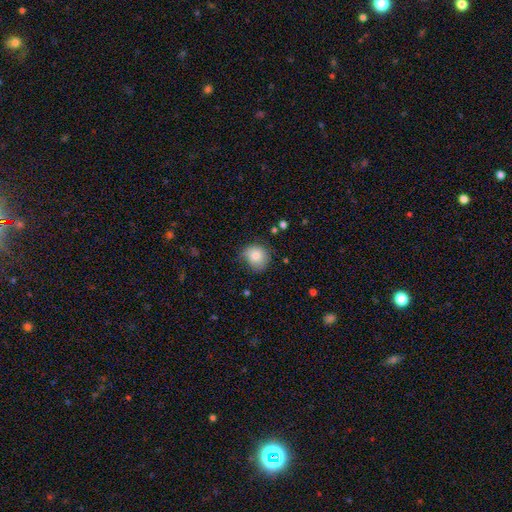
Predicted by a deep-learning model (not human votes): Overall: smooth (81%). How rounded: round (79%). Merging: none (62%; minor disturbance 29%).